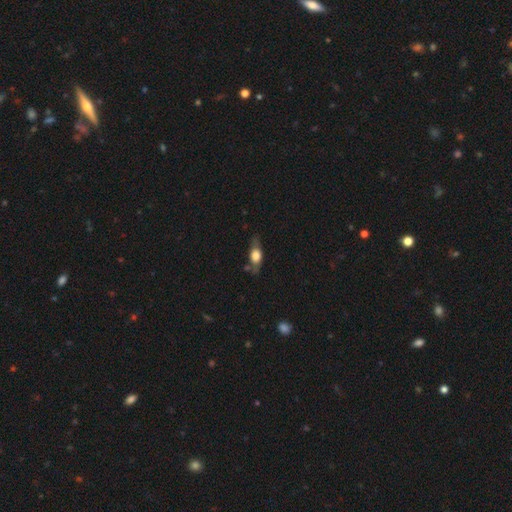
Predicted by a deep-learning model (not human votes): Q: Smooth or featured?
A: smooth (53%); runner-up: featured or disk (39%)
Q: How rounded?
A: in between (65%); runner-up: cigar-shaped (23%)
Q: Merging?
A: none (66%); runner-up: minor disturbance (23%)